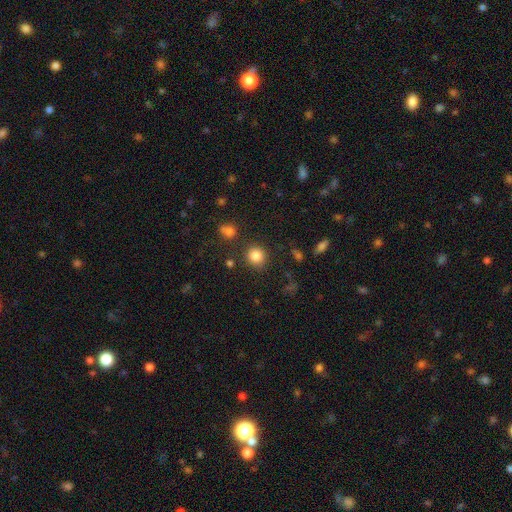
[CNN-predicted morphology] This appears to be a smooth galaxy with no disk features (84%) that is round (89%). Merging: none (85%).